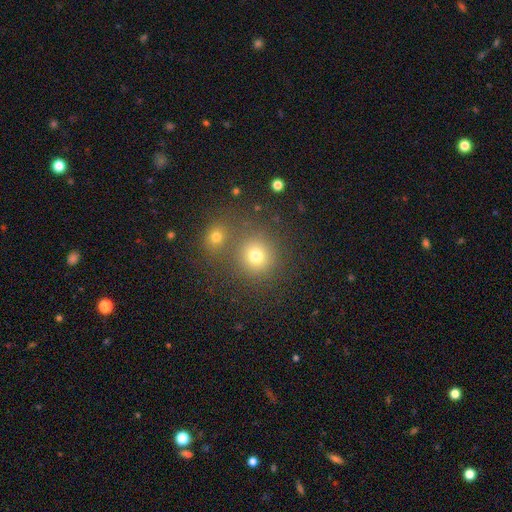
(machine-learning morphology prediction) type=smooth (74%); roundness=round (89%); merging=none (69%).